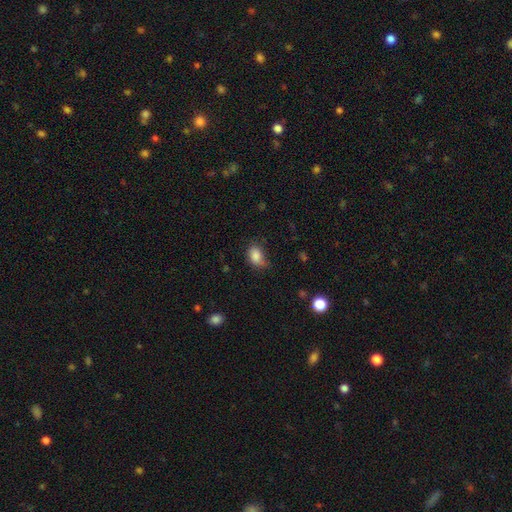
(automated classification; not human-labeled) This is clearly a smooth galaxy (86%). How rounded: likely in between (80%). Merging: possibly none (57%).